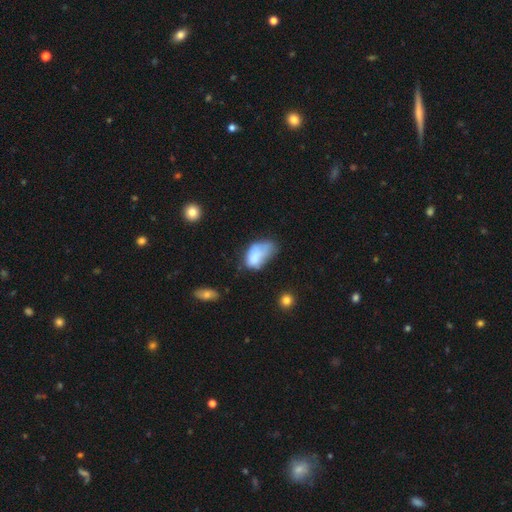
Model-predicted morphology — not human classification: smooth 71%, featured or disk 20%, star or artifact 9%. Down the decision tree: how rounded — in between (92%); merging — minor disturbance (37%).